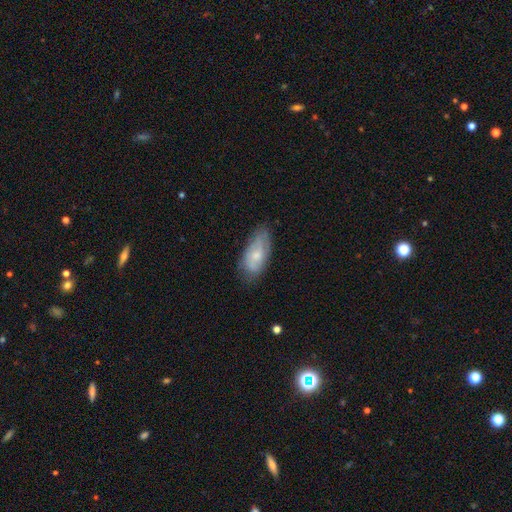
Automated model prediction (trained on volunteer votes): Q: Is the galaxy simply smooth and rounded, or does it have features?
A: smooth — 55%.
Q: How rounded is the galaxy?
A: in between — 87%.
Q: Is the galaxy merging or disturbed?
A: none — 65%.